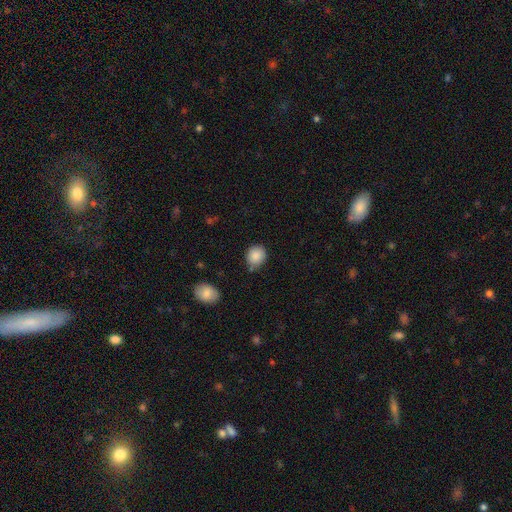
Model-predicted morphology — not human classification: smooth-or-featured: smooth: 88% | star or artifact: 8% | featured or disk: 4%
  how-rounded: round: 70% | in between: 29% | cigar-shaped: 1%
  merging: none: 71% | minor disturbance: 22% | merger: 4% | major disturbance: 4%